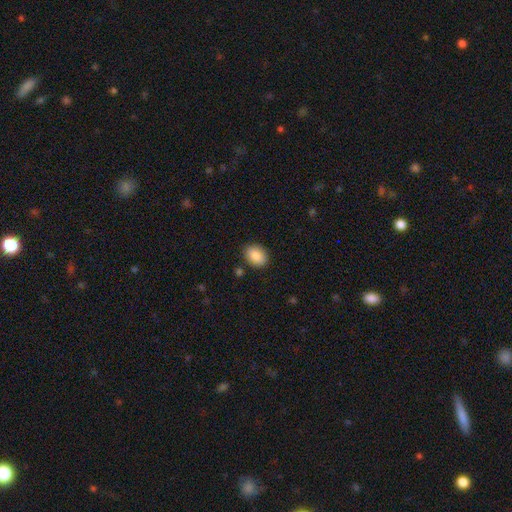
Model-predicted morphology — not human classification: Smooth or featured: smooth — 88% (star or artifact — 7%)
How rounded: in between — 69% (round — 30%)
Merging: none — 86% (minor disturbance — 9%)